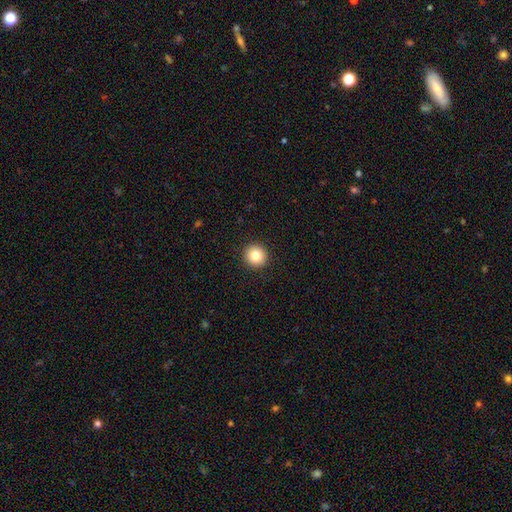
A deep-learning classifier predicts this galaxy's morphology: Smooth or featured: smooth — 82% (star or artifact — 10%)
How rounded: round — 95% (in between — 4%)
Merging: none — 93% (minor disturbance — 4%)